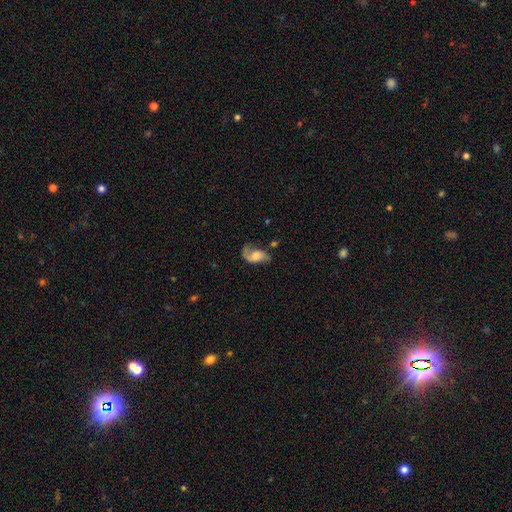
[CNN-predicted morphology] The model was most divided on "bulge size": moderate: 41%, small: 26%, large: 18%, none: 12%, dominant: 3%. Remaining: edge-on disk — no (96%); spiral arms — yes (91%); spiral arm count — 2 (72%); smooth or featured — featured or disk (68%); bar — no (62%); spiral winding — loose (61%); merging — none (48%).